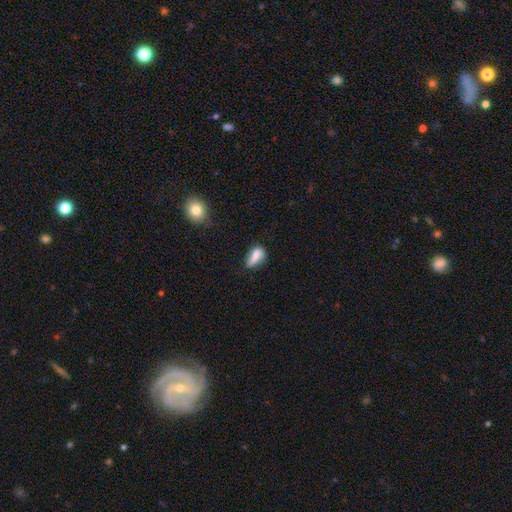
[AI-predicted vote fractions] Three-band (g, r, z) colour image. It shows a smooth galaxy with no disk features (61%) that is in between round and cigar-shaped (80%). Merging: none (54%).